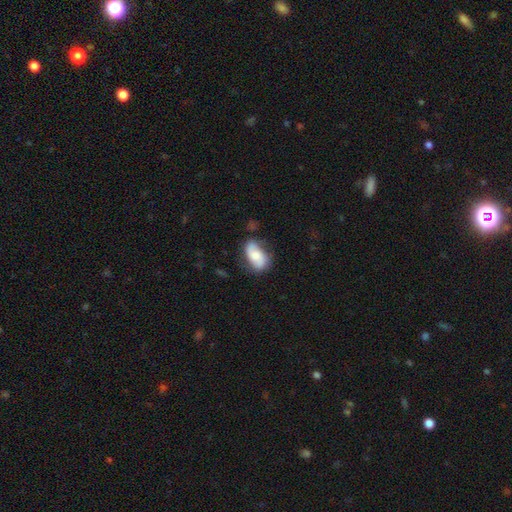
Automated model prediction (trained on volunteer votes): This is possibly a smooth galaxy (50%). How rounded: clearly in between (90%). Merging: possibly none (60%).